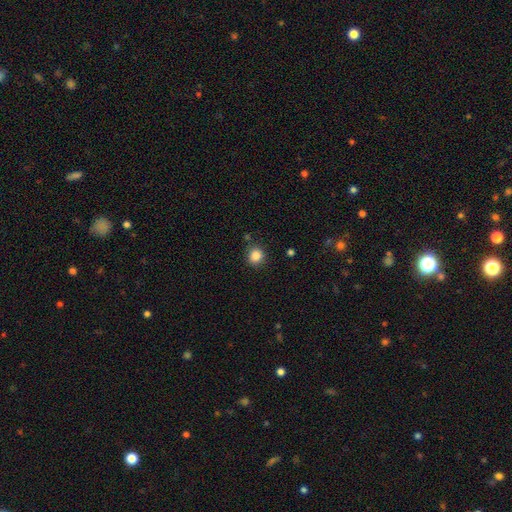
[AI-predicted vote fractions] Smooth or featured? Predicted: smooth (p=0.85). How rounded? Predicted: round (p=0.87). Merging? Predicted: none (p=0.85).